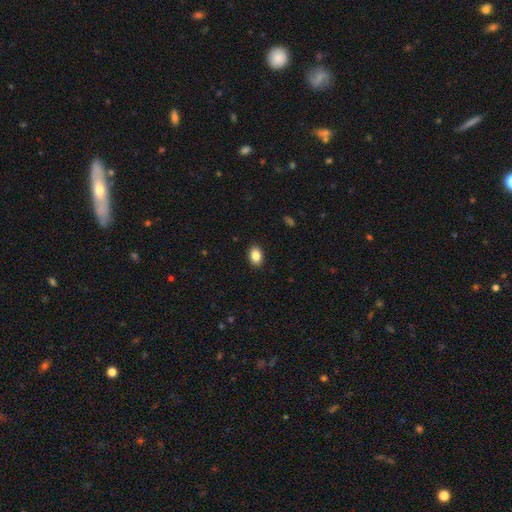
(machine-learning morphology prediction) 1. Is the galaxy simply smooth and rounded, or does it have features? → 86% smooth, 8% star or artifact, 5% featured or disk.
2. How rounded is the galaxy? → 79% in between, 20% round, 1% cigar-shaped.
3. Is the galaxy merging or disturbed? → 90% none, 7% minor disturbance, 2% major disturbance, 1% merger.